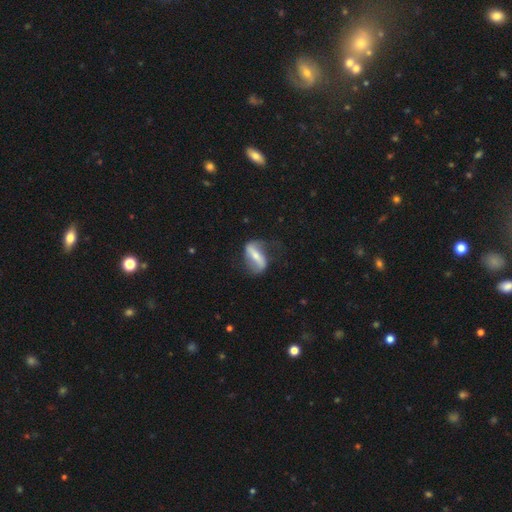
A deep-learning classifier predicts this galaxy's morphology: type=featured or disk (71%); edge-on=no (84%); bar=strong (71%); spiral arms=yes (77%); bulge=small (51%); merging=none (57%).